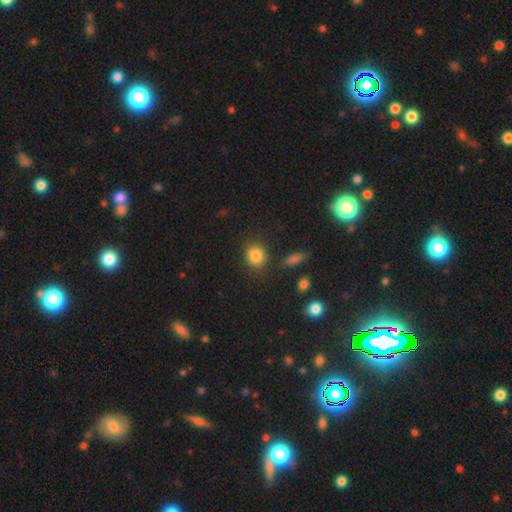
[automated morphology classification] smooth 83%, star or artifact 10%, featured or disk 7%. Down the decision tree: how rounded — round (69%); merging — none (79%).